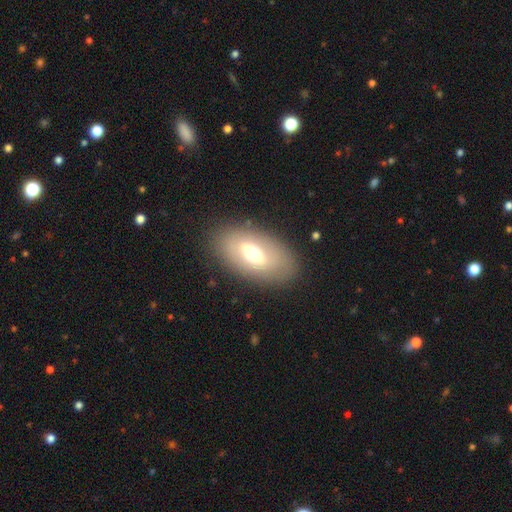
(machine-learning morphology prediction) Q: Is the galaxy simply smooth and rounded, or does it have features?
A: smooth — 52%.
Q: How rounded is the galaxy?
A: in between — 91%.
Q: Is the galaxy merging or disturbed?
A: none — 83%.